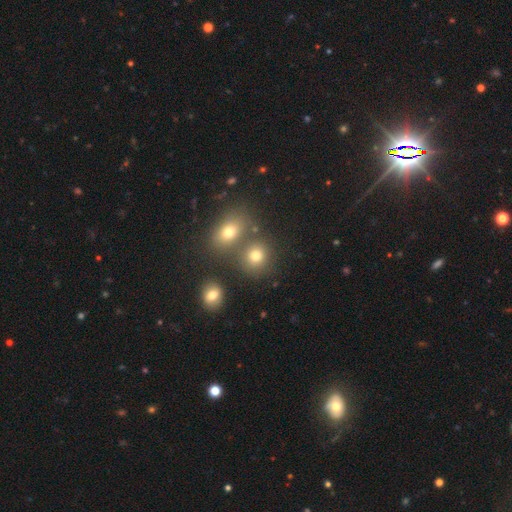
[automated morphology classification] smooth-or-featured: smooth: 75% | star or artifact: 16% | featured or disk: 9%
  how-rounded: round: 77% | in between: 22% | cigar-shaped: 1%
  merging: none: 67% | merger: 21% | minor disturbance: 9% | major disturbance: 4%